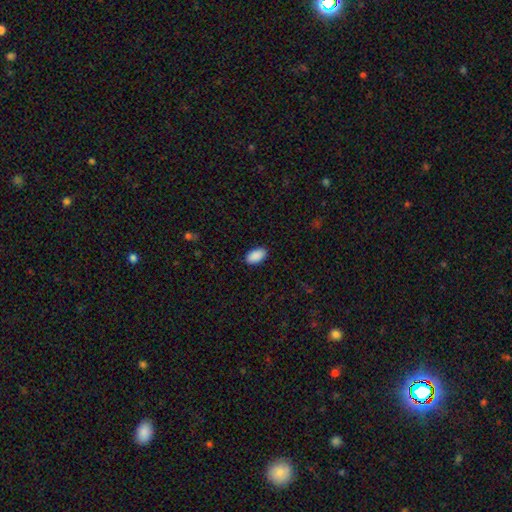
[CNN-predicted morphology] type=smooth (91%); roundness=in between (95%); merging=none (89%).